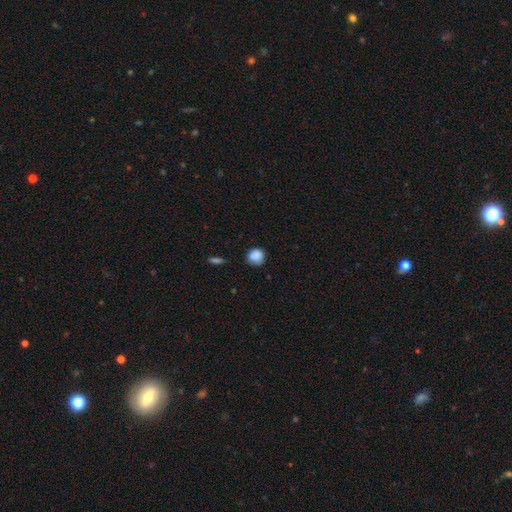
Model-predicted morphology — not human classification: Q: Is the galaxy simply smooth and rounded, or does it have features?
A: smooth — 87%.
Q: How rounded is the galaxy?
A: round — 85%.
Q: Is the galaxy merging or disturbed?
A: none — 76%.